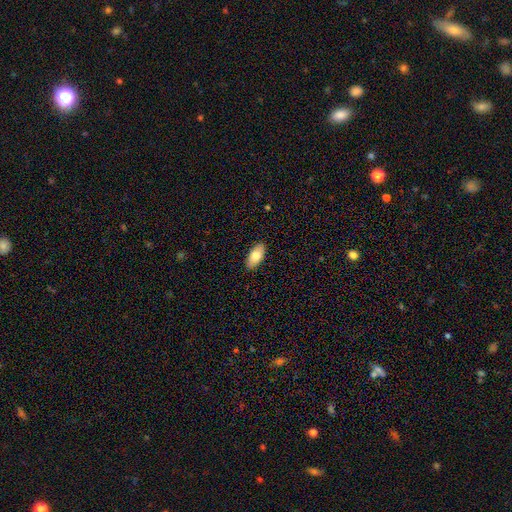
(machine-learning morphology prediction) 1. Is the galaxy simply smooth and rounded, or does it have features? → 78% smooth, 16% featured or disk, 6% star or artifact.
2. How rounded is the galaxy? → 91% in between, 6% cigar-shaped, 3% round.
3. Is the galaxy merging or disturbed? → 89% none, 8% minor disturbance, 2% major disturbance, 1% merger.